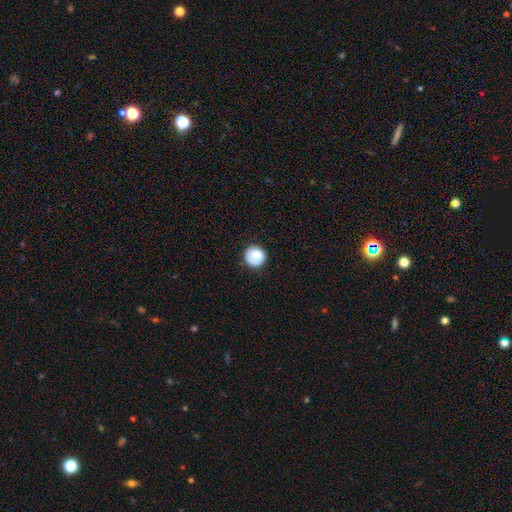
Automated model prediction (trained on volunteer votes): smooth_or_featured: smooth (p=0.80) [alt: featured or disk p=0.11]
how_rounded: round (p=0.92) [alt: in between p=0.07]
merging: none (p=0.80) [alt: minor disturbance p=0.15]